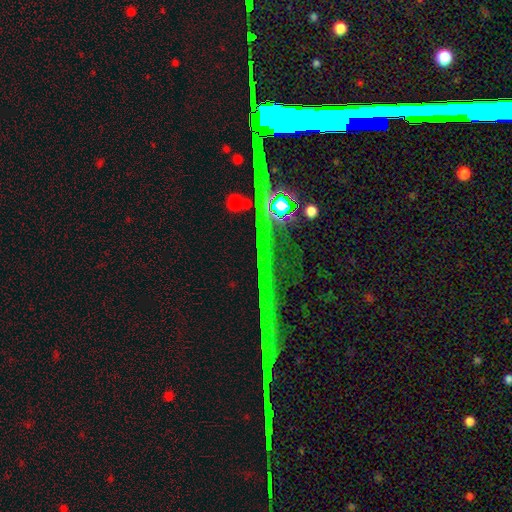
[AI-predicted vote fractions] This is likely a star or artifact rather than a galaxy (78%).